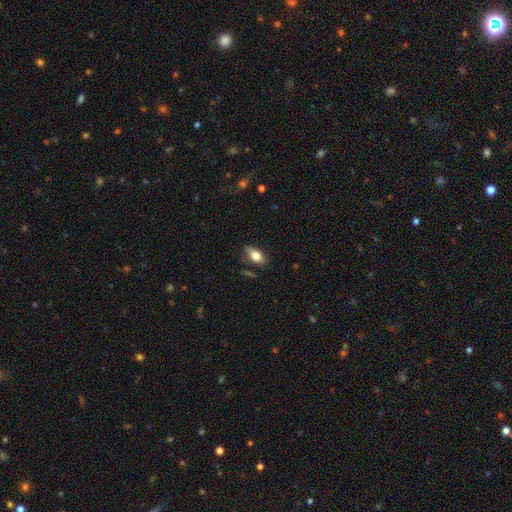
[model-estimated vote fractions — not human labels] smooth_or_featured: smooth (p=0.72) [alt: featured or disk p=0.20]
how_rounded: in between (p=0.85) [alt: cigar-shaped p=0.10]
merging: none (p=0.78) [alt: minor disturbance p=0.15]